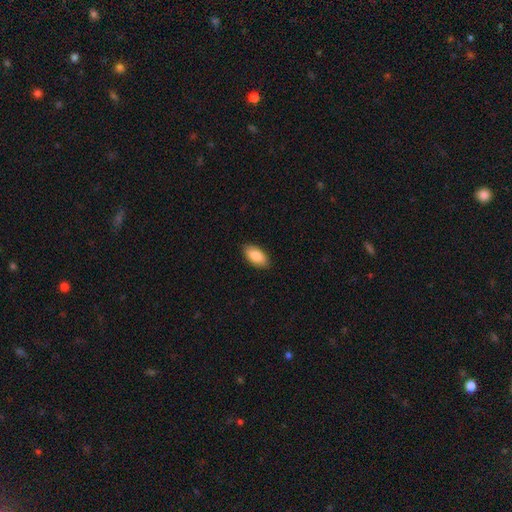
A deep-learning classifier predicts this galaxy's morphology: A smooth galaxy with no disk features (86%) that is in between round and cigar-shaped (94%). Merging: none (89%).